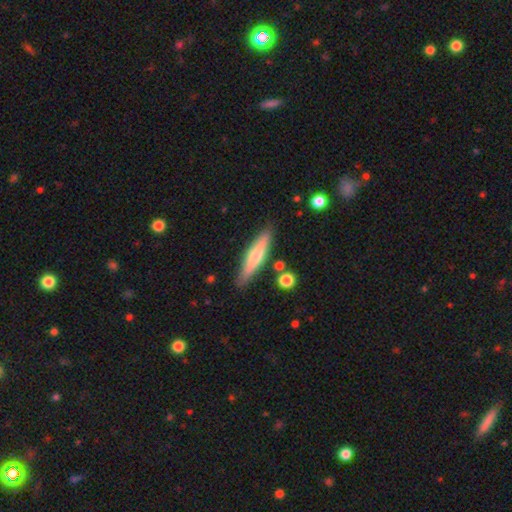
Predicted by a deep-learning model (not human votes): The model was most divided on "smooth or featured": smooth: 58%, featured or disk: 36%, star or artifact: 6%. More confident: merging — none (84%); how rounded — cigar-shaped (83%).